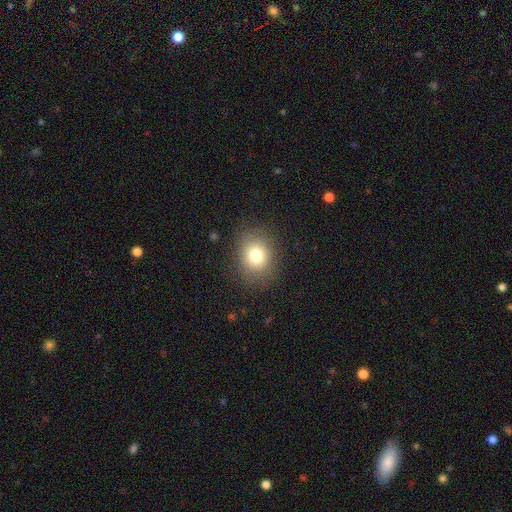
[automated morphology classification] A smooth galaxy with no disk features (78%) that is round (59%).

Vote fractions:
- Smooth or featured? smooth: 78% / star or artifact: 12% / featured or disk: 10%
- How rounded? round: 59% / in between: 40% / cigar-shaped: 1%
- Merging? none: 85% / minor disturbance: 10% / major disturbance: 4% / merger: 1%